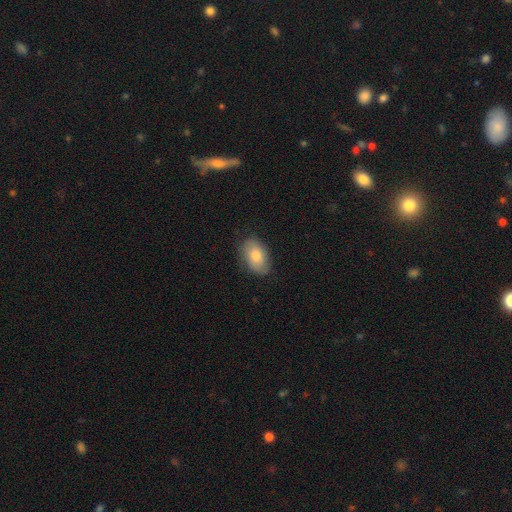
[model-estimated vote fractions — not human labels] Morphology: type=smooth (77%); roundness=in between (90%); merging=none (80%).